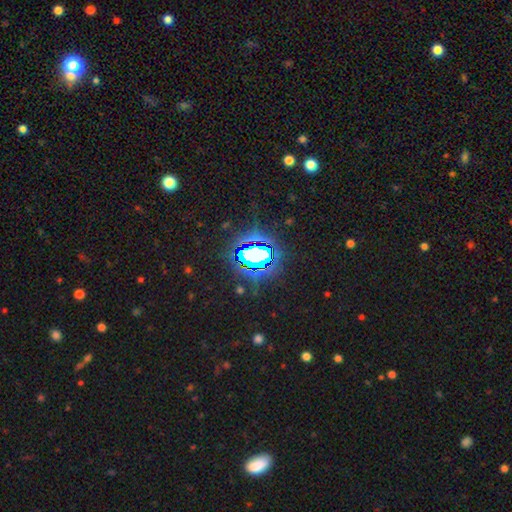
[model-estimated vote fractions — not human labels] smooth-or-featured: star or artifact: 77% | smooth: 13% | featured or disk: 10%